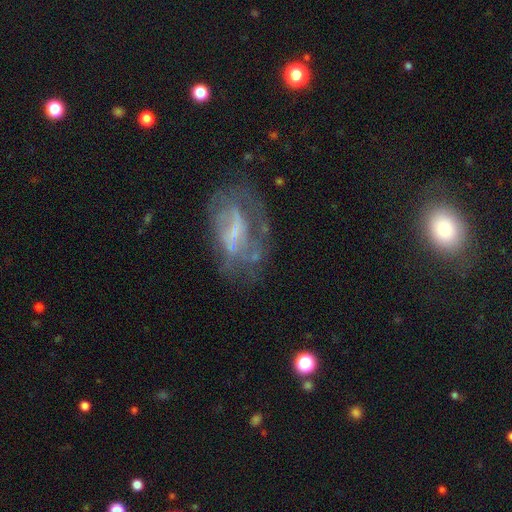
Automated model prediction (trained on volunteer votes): This appears to be a featured or disk galaxy (68%) with a weak bar (37%), no spiral arms (56%) and no central bulge (42%). Merging: none (42%).